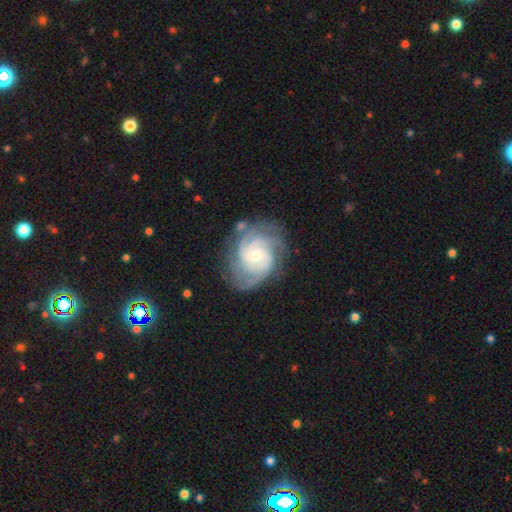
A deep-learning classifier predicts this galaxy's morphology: smooth_or_featured: featured or disk (p=0.87) [alt: smooth p=0.08]
disk_edge_on: no (p=0.98) [alt: yes p=0.02]
bar: no (p=0.63) [alt: weak p=0.31]
has_spiral_arms: yes (p=0.97) [alt: no p=0.03]
spiral_winding: tight (p=0.59) [alt: medium p=0.34]
spiral_arm_count: 3 (p=0.30) [alt: 4 p=0.22]
bulge_size: small (p=0.66) [alt: moderate p=0.30]
merging: none (p=0.70) [alt: minor disturbance p=0.18]